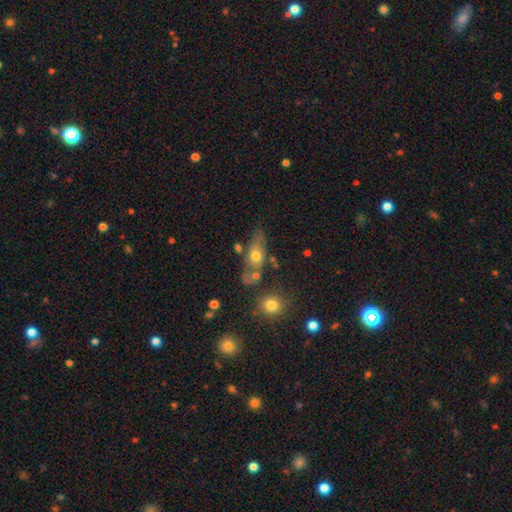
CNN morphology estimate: type=smooth (55%); roundness=in between (70%); merging=none (54%).